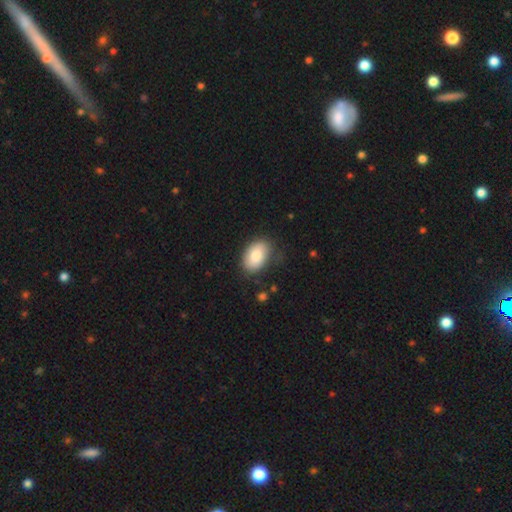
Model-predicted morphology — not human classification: A smooth galaxy with no disk features (83%) that is in between round and cigar-shaped (89%). Merging: none (76%).